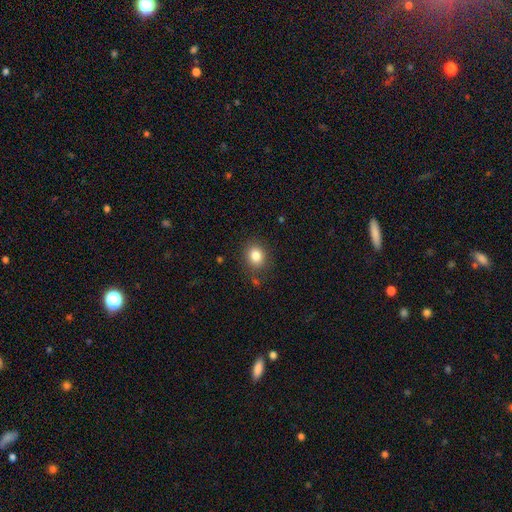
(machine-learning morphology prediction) Smooth or featured? smooth (83%)
How rounded? round (69%)
Merging? none (83%)